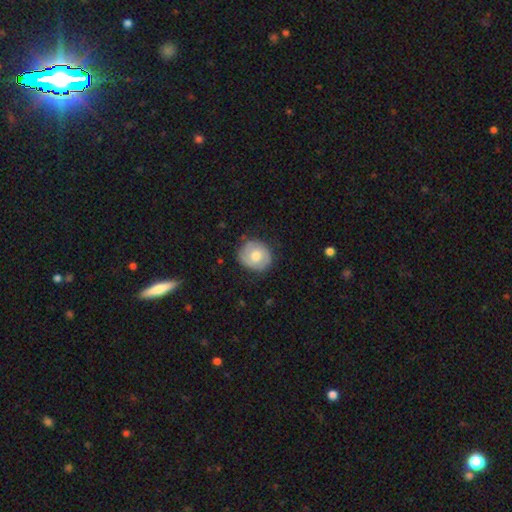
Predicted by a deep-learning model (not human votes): smooth-or-featured: smooth: 57% | featured or disk: 37% | star or artifact: 6%
  how-rounded: round: 82% | in between: 17% | cigar-shaped: 1%
  merging: none: 80% | minor disturbance: 15% | major disturbance: 4% | merger: 1%